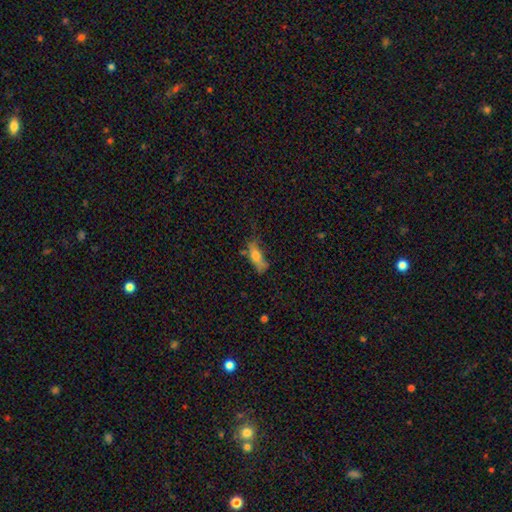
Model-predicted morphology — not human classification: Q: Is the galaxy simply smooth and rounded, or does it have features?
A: smooth — 65%.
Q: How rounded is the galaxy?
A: in between — 60%.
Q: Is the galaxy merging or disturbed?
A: none — 47%.